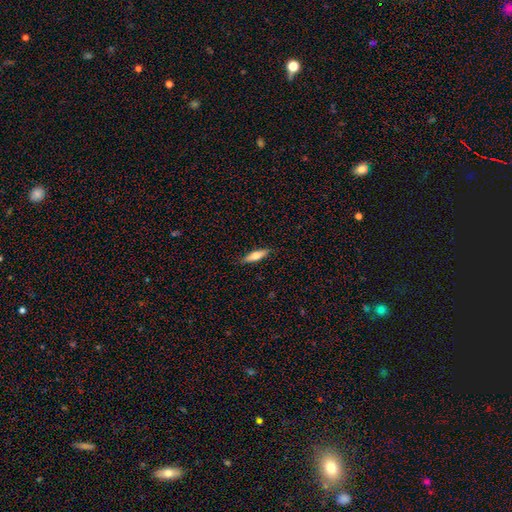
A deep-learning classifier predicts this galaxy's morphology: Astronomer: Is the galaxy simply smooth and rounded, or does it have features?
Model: smooth — 67%.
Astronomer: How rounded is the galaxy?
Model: cigar-shaped — 61% (runner-up: in between, 37%).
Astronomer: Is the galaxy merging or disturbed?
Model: none — 88%.